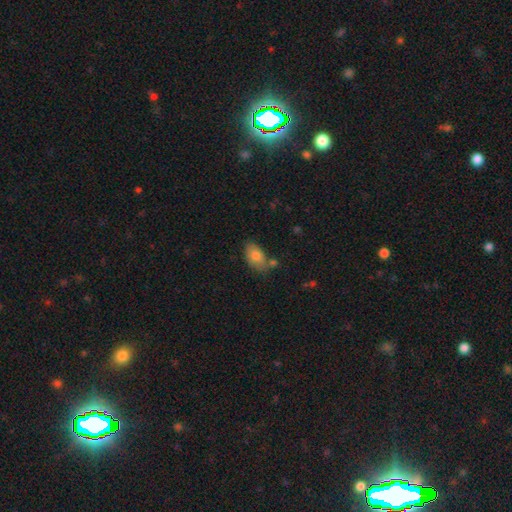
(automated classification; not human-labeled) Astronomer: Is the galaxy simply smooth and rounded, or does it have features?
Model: smooth — 80%.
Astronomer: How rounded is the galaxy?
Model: in between — 91%.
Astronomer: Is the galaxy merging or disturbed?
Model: none — 63%.